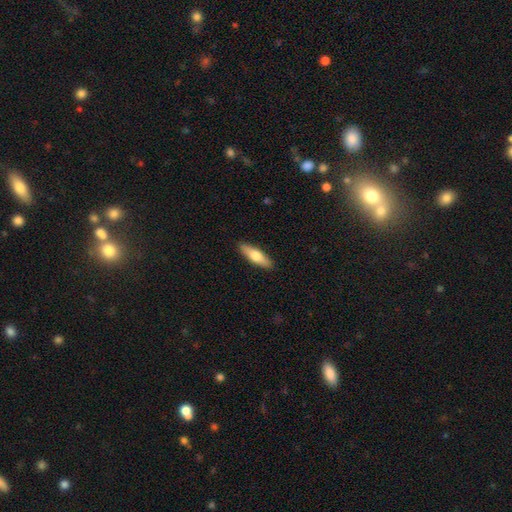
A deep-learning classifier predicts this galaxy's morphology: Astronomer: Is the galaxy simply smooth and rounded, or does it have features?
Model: smooth — 62%.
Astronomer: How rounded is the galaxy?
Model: cigar-shaped — 61% (runner-up: in between, 37%).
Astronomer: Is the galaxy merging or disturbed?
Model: none — 90%.